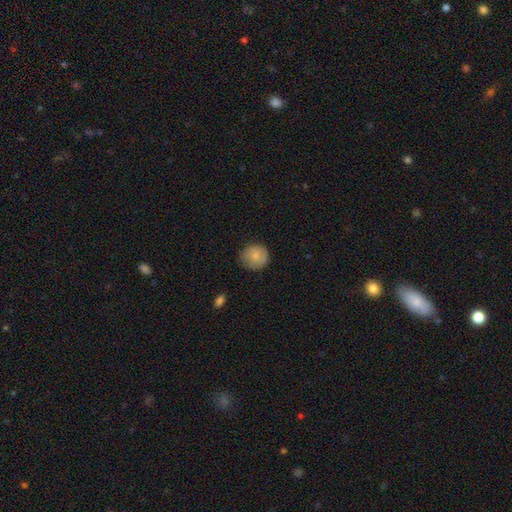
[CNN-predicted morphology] A smooth galaxy with no disk features (80%) that is round (89%). Merging: none (75%).